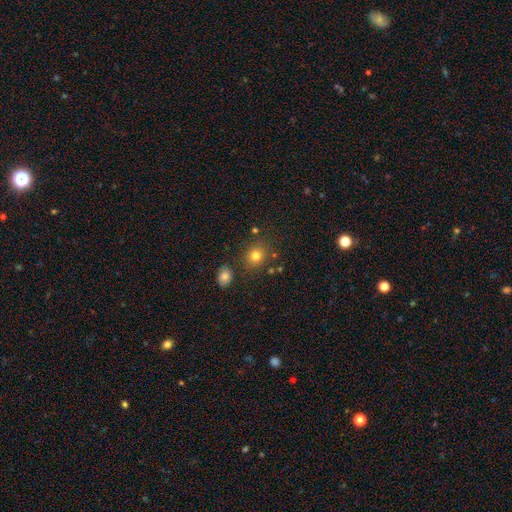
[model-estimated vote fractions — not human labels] This is likely a smooth galaxy (78%). How rounded: likely round (76%). Merging: clearly none (80%).